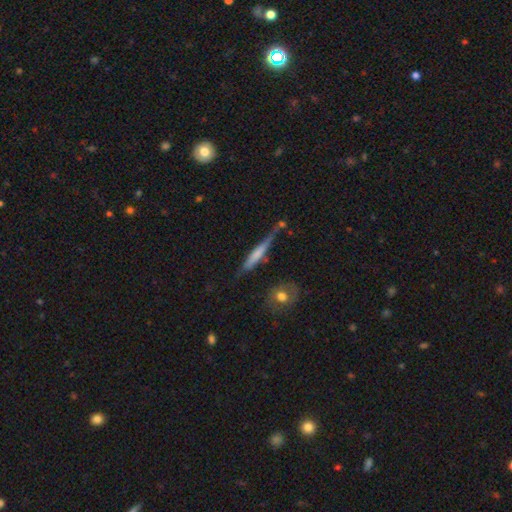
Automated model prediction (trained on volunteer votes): This is possibly a featured or disk galaxy (50%). It is clearly viewed edge-on (92%). Merging: likely none (62%).